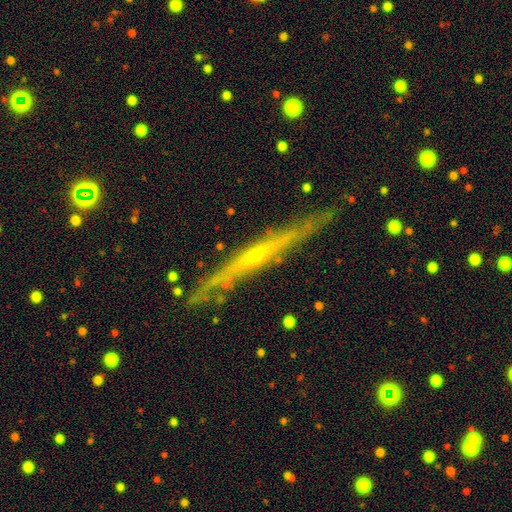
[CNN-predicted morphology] Smooth or featured?
  - featured or disk: 80% *
  - smooth: 14%
  - star or artifact: 6%
Edge-on disk?
  - yes: 95% *
  - no: 5%
Edge-on bulge?
  - rounded: 50% *
  - none: 45%
  - boxy: 5%
Merging?
  - none: 78% *
  - minor disturbance: 16%
  - major disturbance: 3%
  - merger: 3%